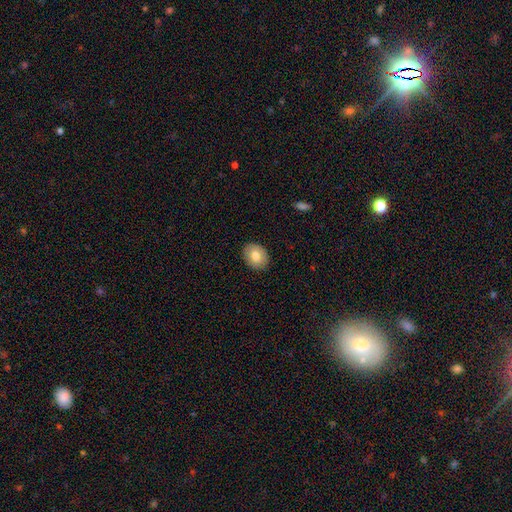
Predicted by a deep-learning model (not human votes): Smooth or featured? smooth (78%)
How rounded? in between (53%)
Merging? none (90%)